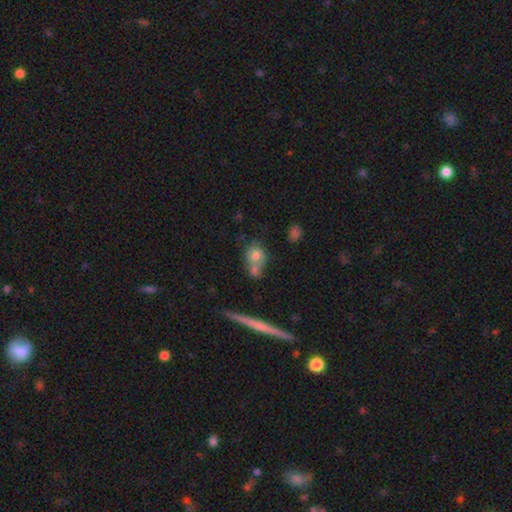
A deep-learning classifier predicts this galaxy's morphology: type=smooth (71%); roundness=round (54%); merging=merger (43%).